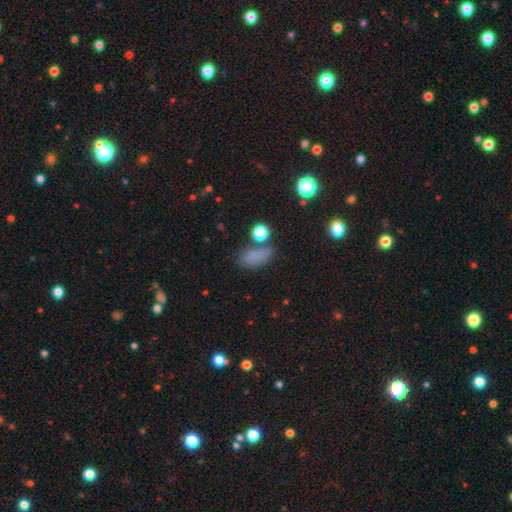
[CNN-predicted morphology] Smooth or featured? smooth (76%)
How rounded? in between (82%)
Merging? none (64%)